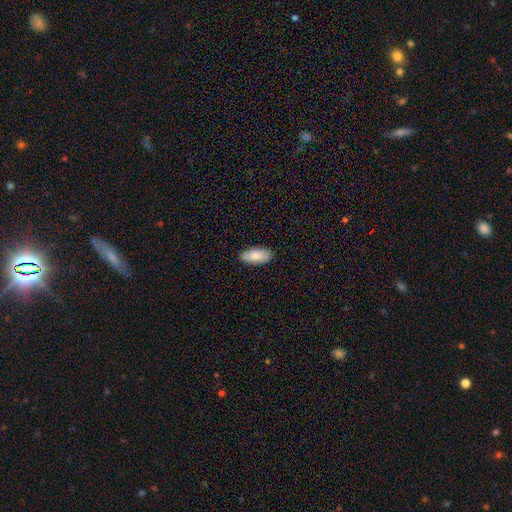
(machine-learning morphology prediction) Smooth or featured? smooth (86%)
How rounded? in between (88%)
Merging? none (86%)